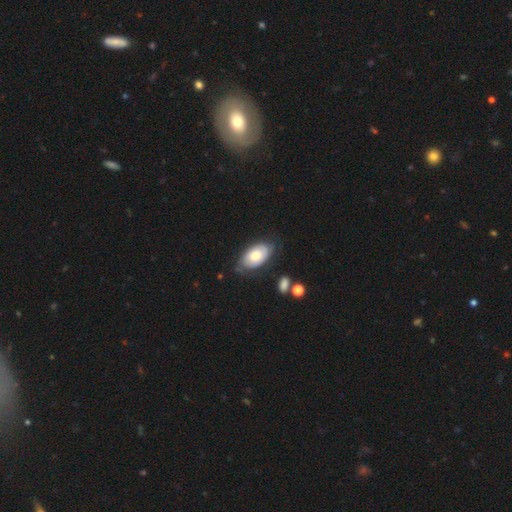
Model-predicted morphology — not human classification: smooth-or-featured: smooth: 56% | featured or disk: 37% | star or artifact: 6%
  how-rounded: in between: 92% | round: 6% | cigar-shaped: 2%
  merging: none: 69% | minor disturbance: 22% | major disturbance: 7% | merger: 3%